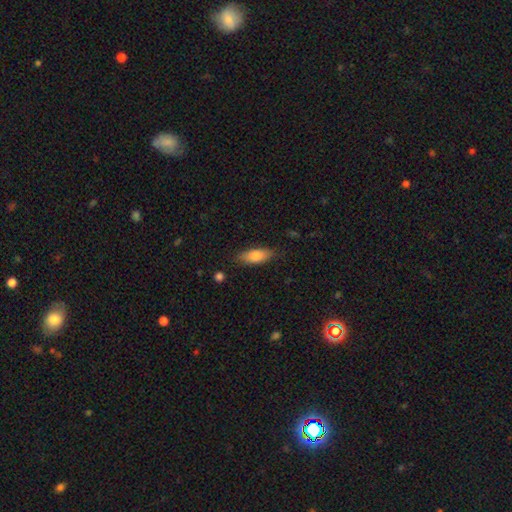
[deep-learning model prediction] Q: Smooth or featured?
A: smooth (79%); runner-up: featured or disk (15%)
Q: How rounded?
A: in between (75%); runner-up: cigar-shaped (23%)
Q: Merging?
A: none (82%); runner-up: minor disturbance (14%)